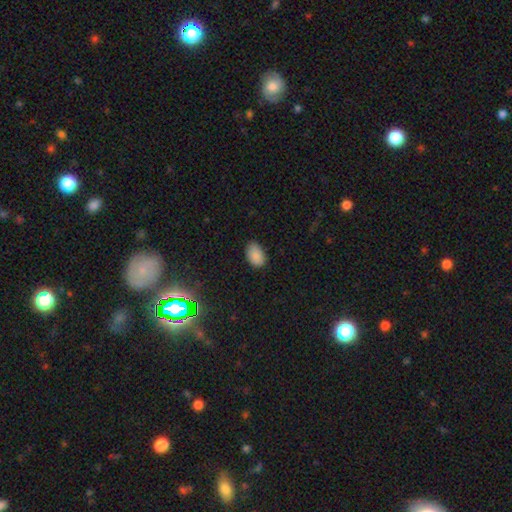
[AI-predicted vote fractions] A smooth galaxy with no disk features (86%) that is in between round and cigar-shaped (88%). Merging: none (78%).